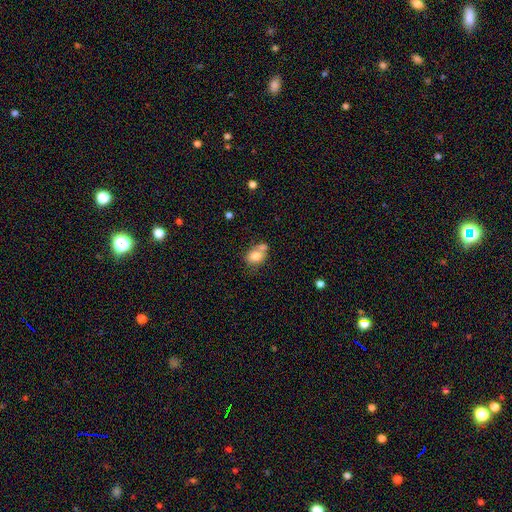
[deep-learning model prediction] A smooth galaxy with no disk features (77%) that is in between round and cigar-shaped (62%).

Vote fractions:
- Smooth or featured? smooth: 77% / featured or disk: 14% / star or artifact: 9%
- How rounded? in between: 62% / round: 37% / cigar-shaped: 1%
- Merging? merger: 41% / none: 39% / minor disturbance: 15% / major disturbance: 5%